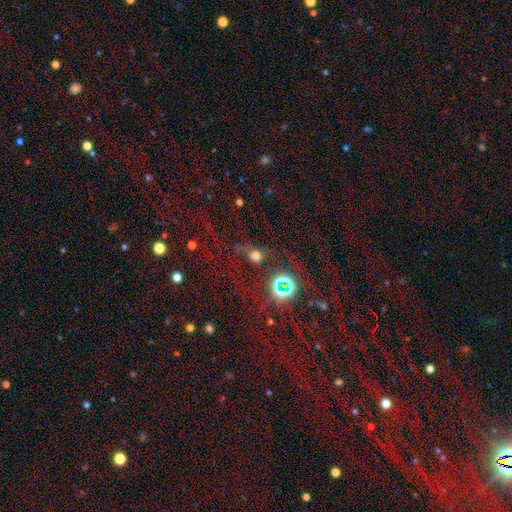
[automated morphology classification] A smooth galaxy with no disk features (44%). Merging: none (50%).